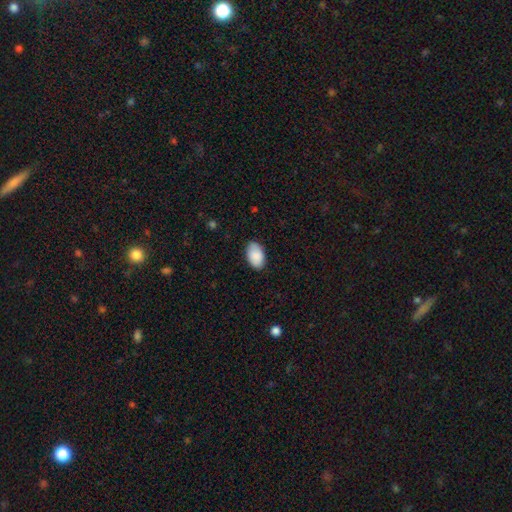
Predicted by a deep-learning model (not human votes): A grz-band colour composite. It shows a smooth galaxy with no disk features (89%) that is in between round and cigar-shaped (94%). Merging: none (84%).